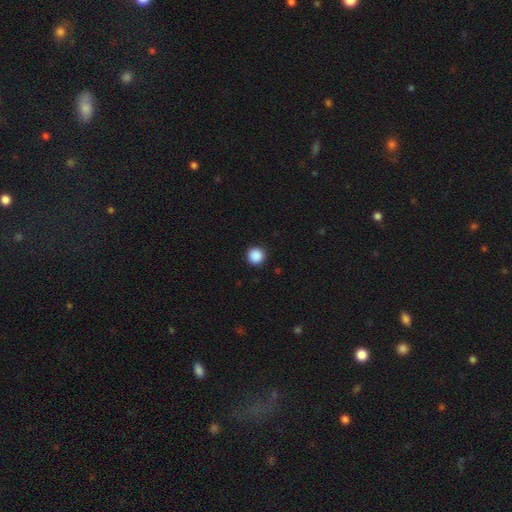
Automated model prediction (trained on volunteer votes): The model was most divided on "smooth or featured": smooth: 89%, star or artifact: 9%, featured or disk: 2%. More confident: how rounded — round (95%); merging — none (93%).